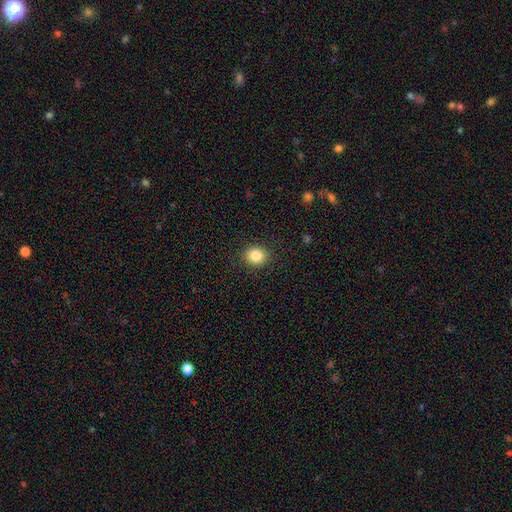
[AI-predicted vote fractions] Overall: smooth (84%). How rounded: round (78%). Merging: none (90%).